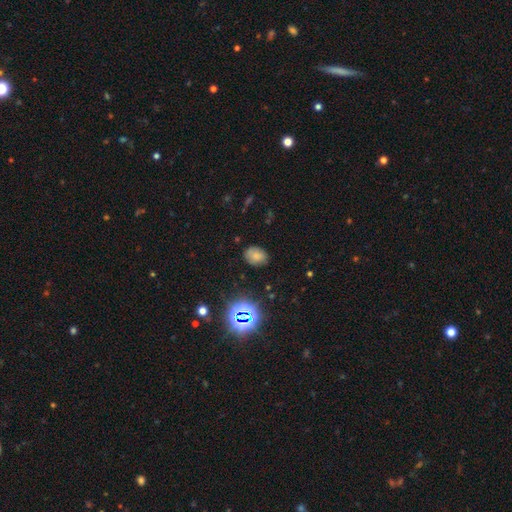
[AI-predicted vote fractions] smooth_or_featured: smooth (p=0.71) [alt: star or artifact p=0.19]
how_rounded: in between (p=0.66) [alt: round p=0.33]
merging: none (p=0.81) [alt: minor disturbance p=0.15]